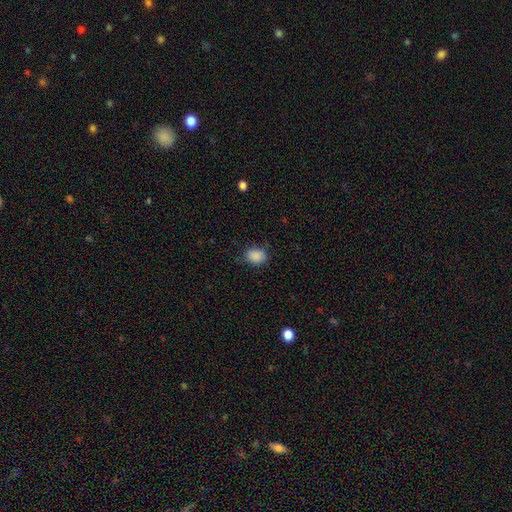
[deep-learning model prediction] Q: Smooth or featured?
A: smooth (88%); runner-up: star or artifact (9%)
Q: How rounded?
A: in between (58%); runner-up: round (41%)
Q: Merging?
A: none (78%); runner-up: minor disturbance (17%)